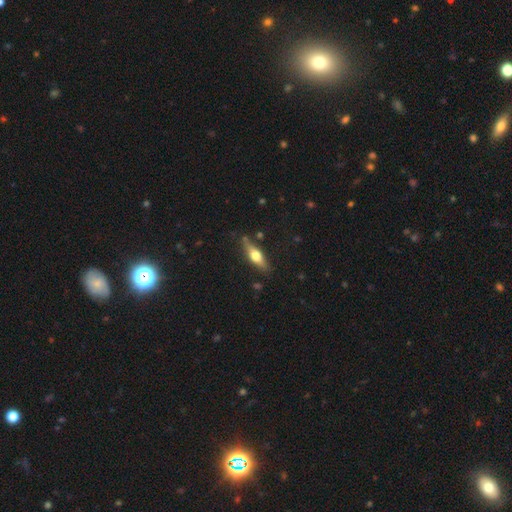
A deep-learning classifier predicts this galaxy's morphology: type=featured or disk (52%); edge-on=yes (91%); merging=none (81%).